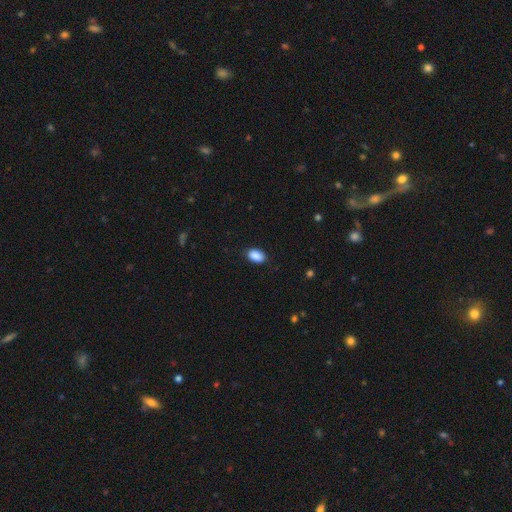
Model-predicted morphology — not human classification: Smooth or featured?
  - smooth: 89% *
  - star or artifact: 7%
  - featured or disk: 3%
How rounded?
  - in between: 90% *
  - round: 9%
  - cigar-shaped: 1%
Merging?
  - none: 87% *
  - minor disturbance: 10%
  - major disturbance: 2%
  - merger: 1%